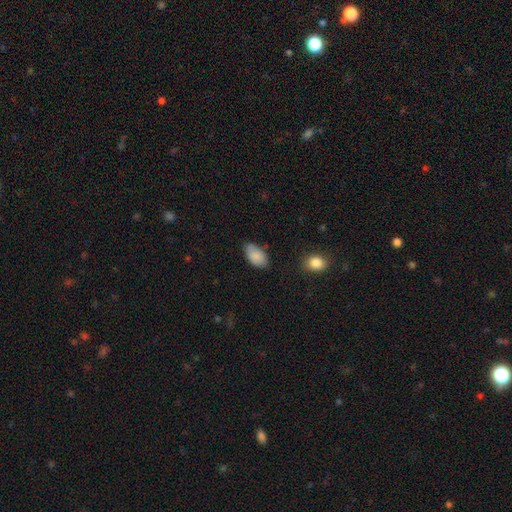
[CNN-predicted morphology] Overall: smooth (87%). How rounded: in between (94%). Merging: none (72%).